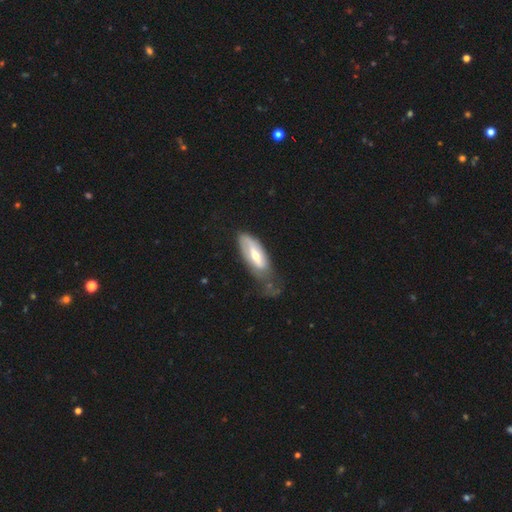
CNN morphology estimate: The model was most divided on "merging": minor disturbance: 35%, none: 34%, major disturbance: 27%, merger: 4%. More confident: edge-on disk — no (78%); smooth or featured — featured or disk (55%).